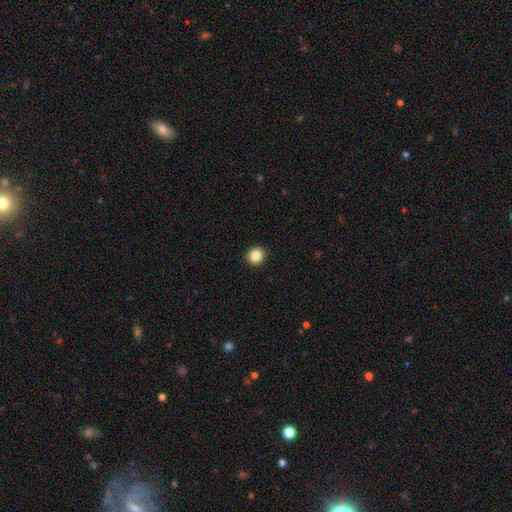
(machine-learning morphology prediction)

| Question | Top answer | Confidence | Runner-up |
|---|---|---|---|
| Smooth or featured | smooth | 86% | star or artifact (10%) |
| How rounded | round | 94% | in between (5%) |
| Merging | none | 94% | minor disturbance (4%) |